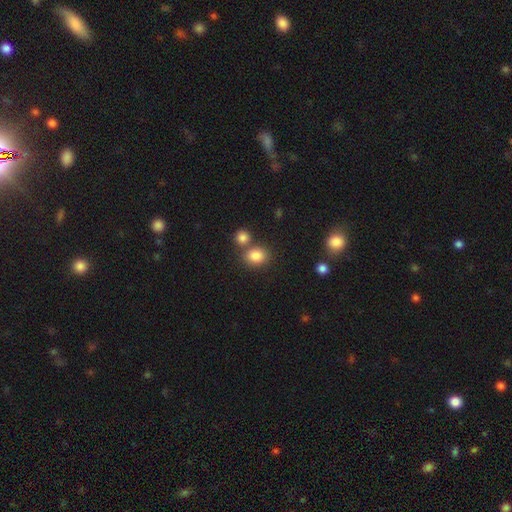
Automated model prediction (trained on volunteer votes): Smooth or featured?
  - smooth: 83% *
  - star or artifact: 10%
  - featured or disk: 6%
How rounded?
  - round: 59% *
  - in between: 40%
  - cigar-shaped: 1%
Merging?
  - none: 58% *
  - merger: 29%
  - minor disturbance: 10%
  - major disturbance: 3%